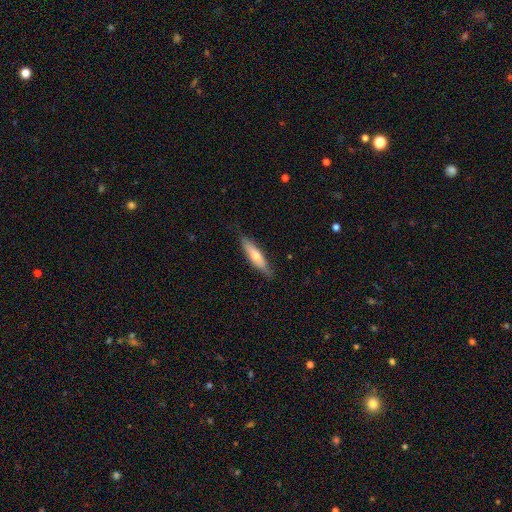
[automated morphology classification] Overall: smooth (57%; featured or disk 37%). How rounded: cigar-shaped (71%). Merging: none (79%).